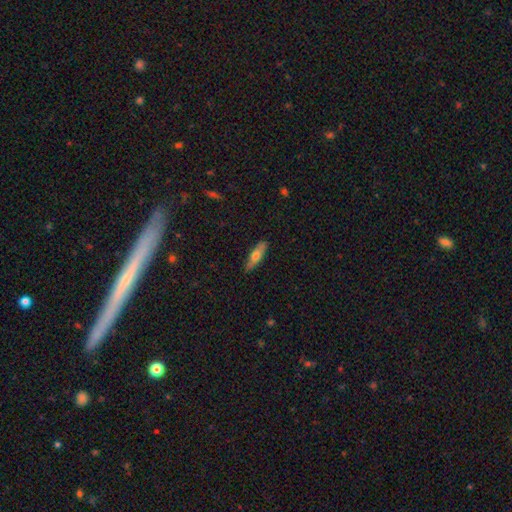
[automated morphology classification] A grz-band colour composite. It shows a smooth galaxy with no disk features (61%) that is cigar-shaped (64%). Merging: none (82%).